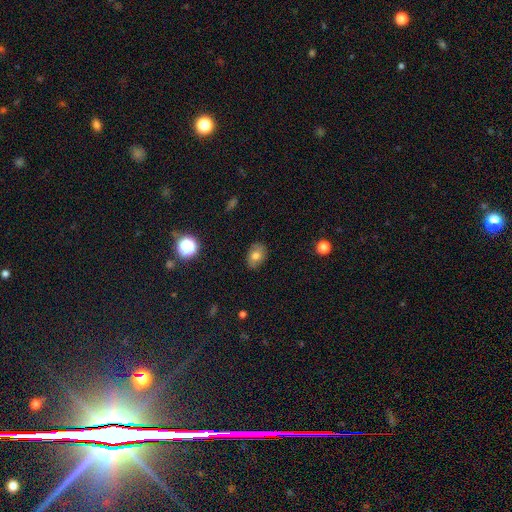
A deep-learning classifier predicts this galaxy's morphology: Smooth or featured?
  - smooth: 73% *
  - featured or disk: 16%
  - star or artifact: 11%
How rounded?
  - in between: 72% *
  - round: 27%
  - cigar-shaped: 1%
Merging?
  - none: 82% *
  - minor disturbance: 14%
  - major disturbance: 3%
  - merger: 1%